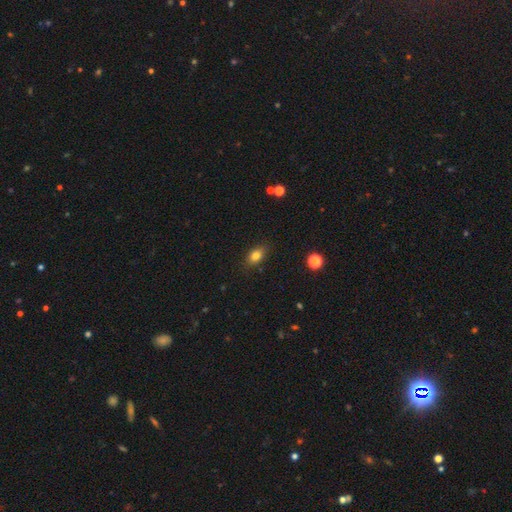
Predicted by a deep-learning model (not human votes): A smooth galaxy with no disk features (81%) that is in between round and cigar-shaped (79%). Merging: none (84%).